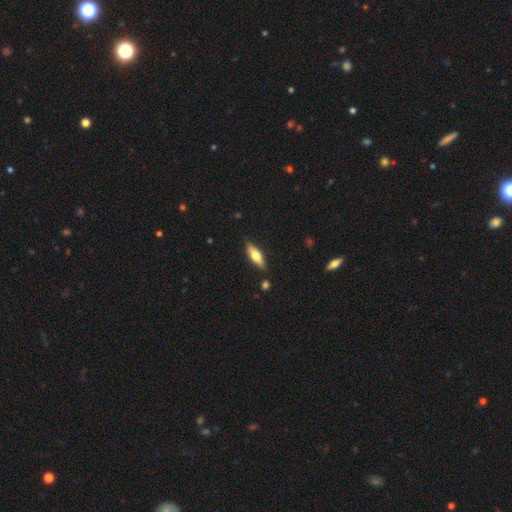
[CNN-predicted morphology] Q: Smooth or featured?
A: smooth (54%); runner-up: featured or disk (40%)
Q: How rounded?
A: in between (51%); runner-up: cigar-shaped (46%)
Q: Merging?
A: none (86%); runner-up: minor disturbance (10%)